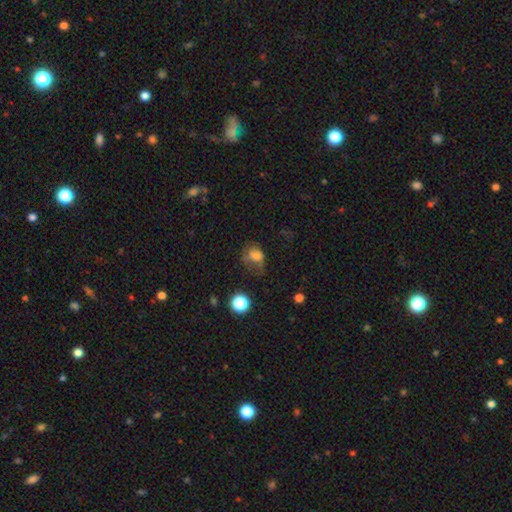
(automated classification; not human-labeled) A smooth galaxy with no disk features (68%) that is in between round and cigar-shaped (55%). Merging: none (35%).